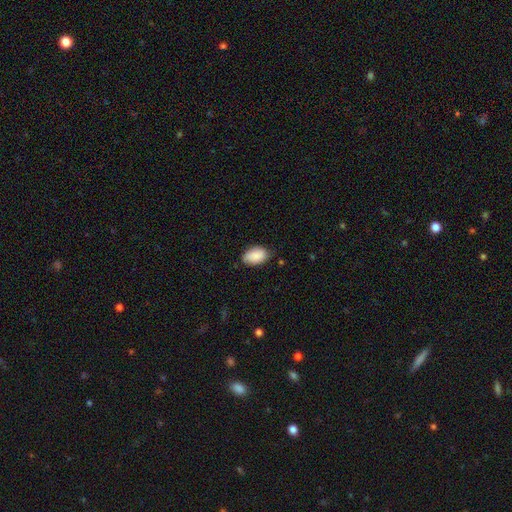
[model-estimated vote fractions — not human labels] smooth_or_featured: smooth (p=0.87) [alt: featured or disk p=0.07]
how_rounded: in between (p=0.92) [alt: round p=0.07]
merging: none (p=0.75) [alt: minor disturbance p=0.20]